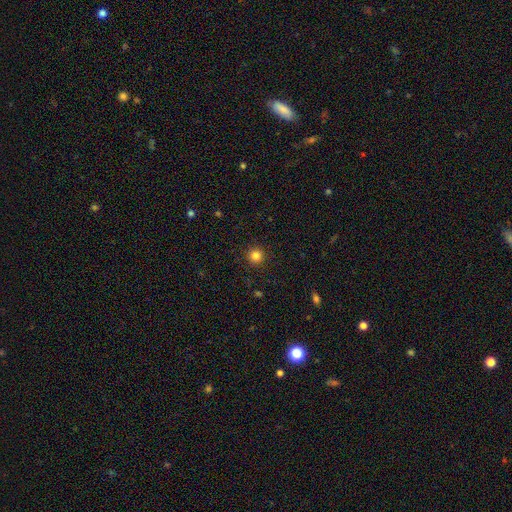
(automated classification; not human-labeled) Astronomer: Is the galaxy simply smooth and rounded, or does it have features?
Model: smooth — 83%.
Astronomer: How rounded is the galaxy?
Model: round — 96%.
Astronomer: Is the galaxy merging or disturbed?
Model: none — 92%.